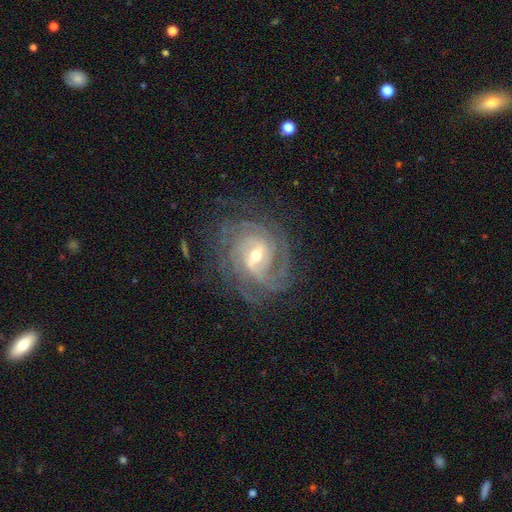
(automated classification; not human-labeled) The model was most divided on "spiral arm count": 4: 25%, can't tell: 22%, 3: 21%, 2: 15%, more than 4: 10%, 1: 6%. Remaining: spiral arms — yes (98%); edge-on disk — no (97%); smooth or featured — featured or disk (91%); merging — none (75%); spiral winding — tight (71%); bulge size — moderate (50%); bar — weak (49%).